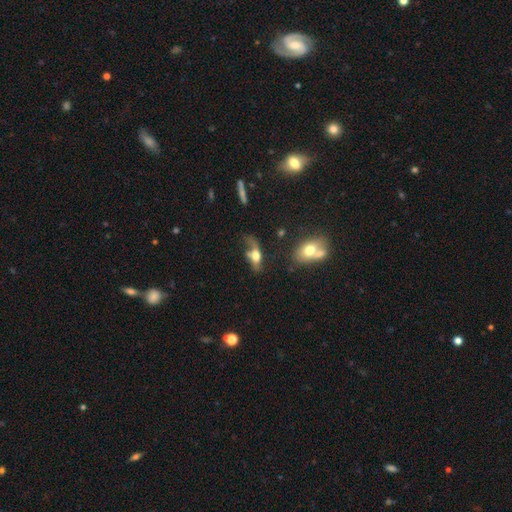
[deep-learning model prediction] A smooth galaxy with no disk features (45%).

Vote fractions:
- Smooth or featured? smooth: 45% / featured or disk: 44% / star or artifact: 11%
- Merging? major disturbance: 31% / none: 30% / minor disturbance: 23% / merger: 16%